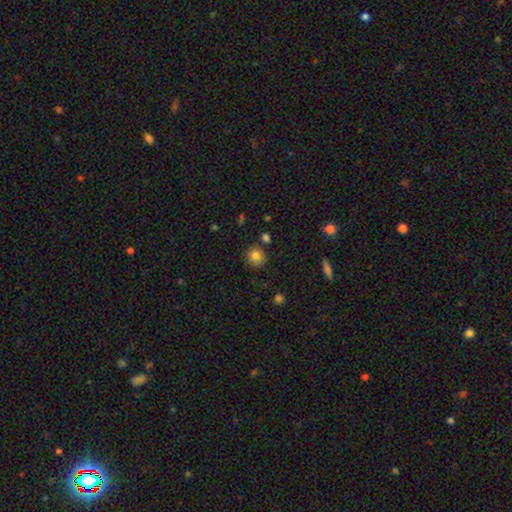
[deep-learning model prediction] This appears to be a smooth galaxy with no disk features (81%) that is round (84%). Merging: none (82%).